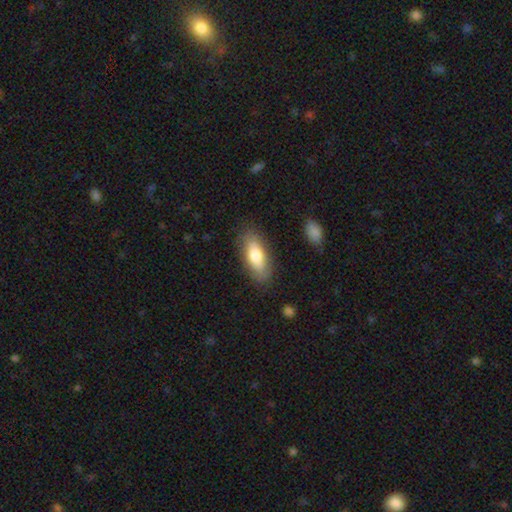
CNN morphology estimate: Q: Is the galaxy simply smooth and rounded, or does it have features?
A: smooth — 74%.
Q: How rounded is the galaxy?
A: in between — 77%.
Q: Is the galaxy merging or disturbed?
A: none — 84%.